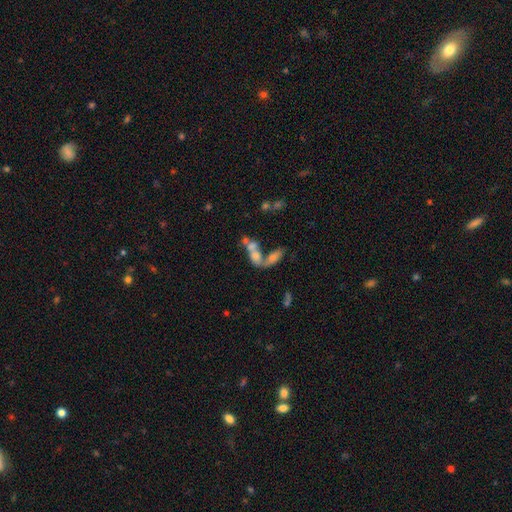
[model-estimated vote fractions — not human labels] Smooth or featured?
  - smooth: 57% *
  - featured or disk: 30%
  - star or artifact: 13%
How rounded?
  - in between: 75% *
  - cigar-shaped: 13%
  - round: 12%
Merging?
  - merger: 65% *
  - none: 18%
  - major disturbance: 9%
  - minor disturbance: 7%